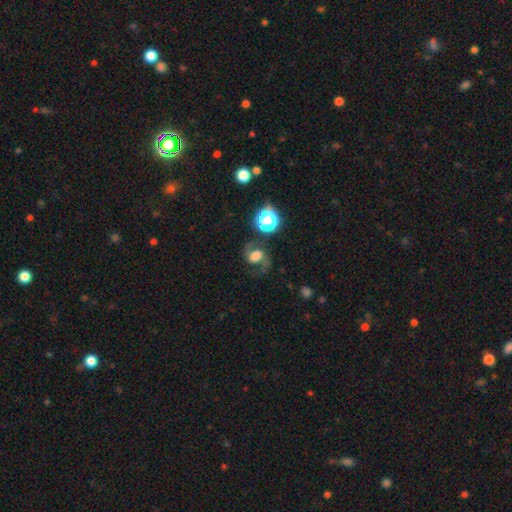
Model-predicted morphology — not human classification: Smooth or featured? Predicted: featured or disk (p=0.64). Edge-on disk? Predicted: no (p=0.97). Bar? Predicted: no (p=0.45). Spiral arms? Predicted: yes (p=0.91). Spiral winding? Predicted: loose (p=0.47). Spiral arm count? Predicted: 2 (p=0.90). Bulge size? Predicted: large (p=0.42). Merging? Predicted: none (p=0.66).